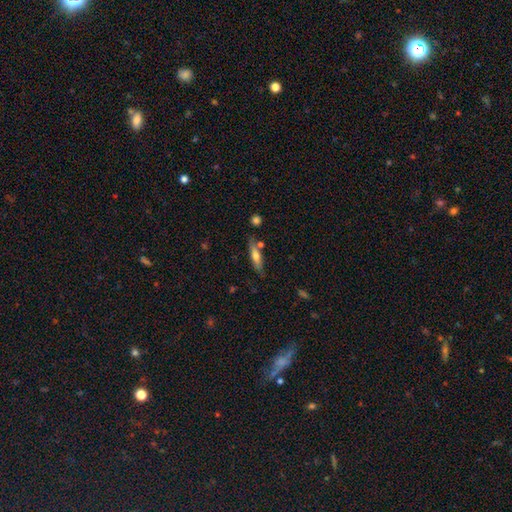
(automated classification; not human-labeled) The model was most divided on "smooth or featured": smooth: 56%, featured or disk: 38%, star or artifact: 7%. More confident: merging — none (74%); how rounded — cigar-shaped (72%).